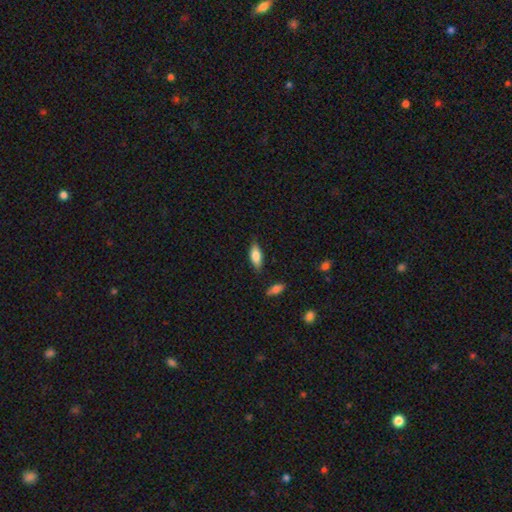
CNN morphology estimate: type=smooth (79%); roundness=in between (79%); merging=none (82%).